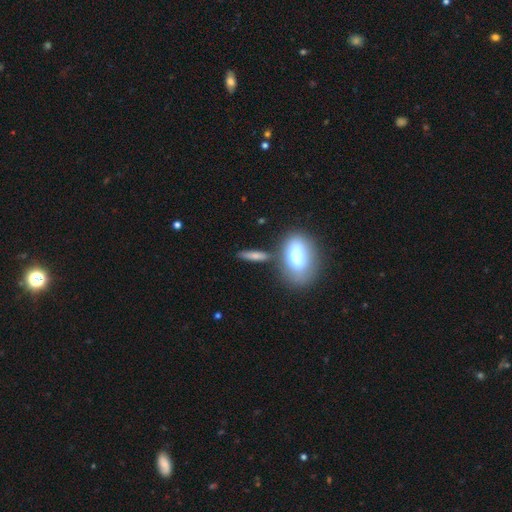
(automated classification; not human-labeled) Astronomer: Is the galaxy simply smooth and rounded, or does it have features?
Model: smooth — 72%.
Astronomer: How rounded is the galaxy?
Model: cigar-shaped — 55% (runner-up: in between, 38%).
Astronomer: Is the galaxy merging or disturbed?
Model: none — 65%.